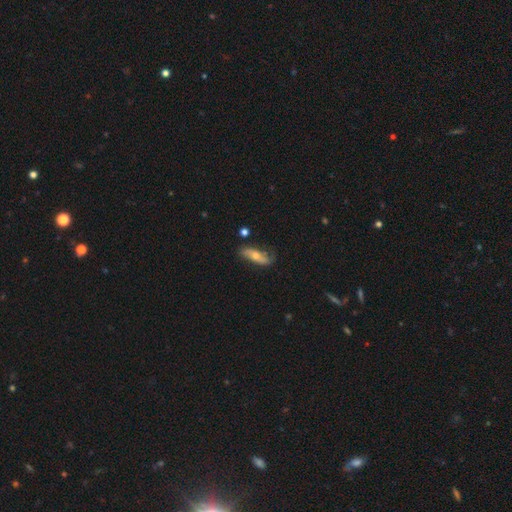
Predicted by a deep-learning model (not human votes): Smooth or featured? featured or disk (48%)
Merging? none (63%)